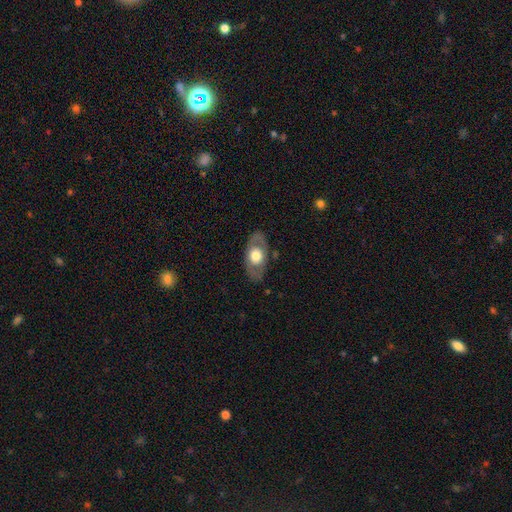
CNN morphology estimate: A featured or disk galaxy (51%). Merging: none (81%).